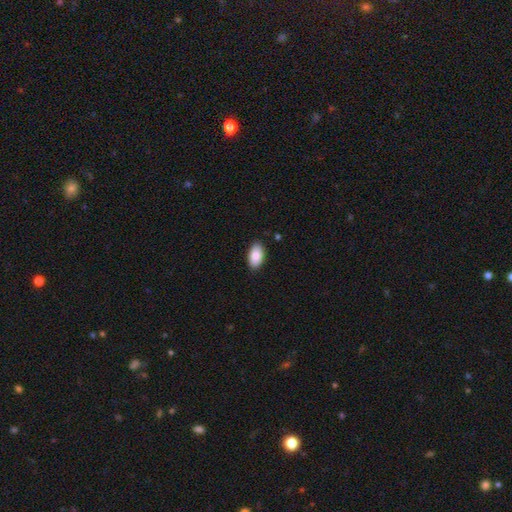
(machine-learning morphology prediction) smooth 86%, featured or disk 8%, star or artifact 7%. Down the decision tree: how rounded — in between (94%); merging — none (88%).